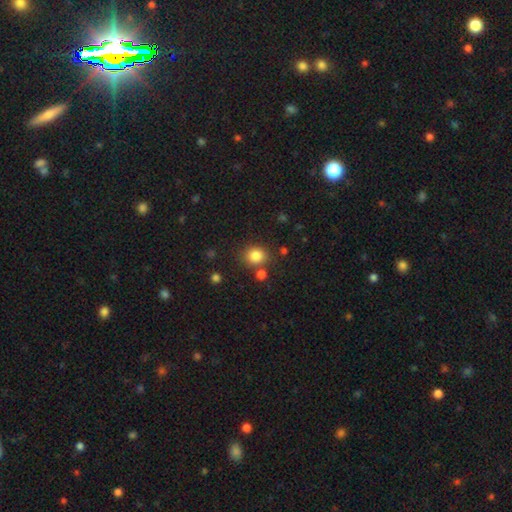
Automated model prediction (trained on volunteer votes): The model was most divided on "how rounded": round: 76%, in between: 24%, cigar-shaped: 1%. More confident: smooth or featured — smooth (83%); merging — none (77%).